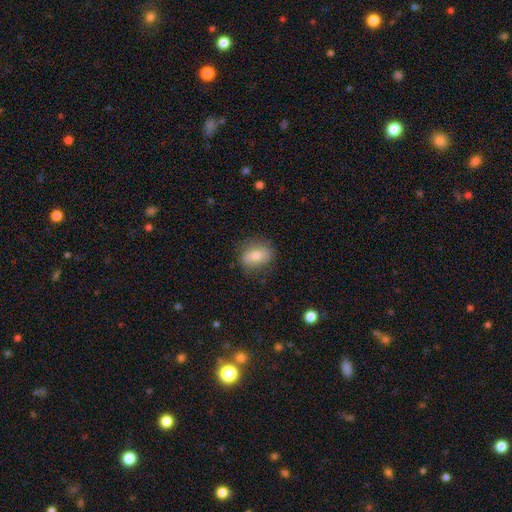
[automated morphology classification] This appears to be a smooth galaxy with no disk features (70%) that is in between round and cigar-shaped (64%). Merging: none (76%).